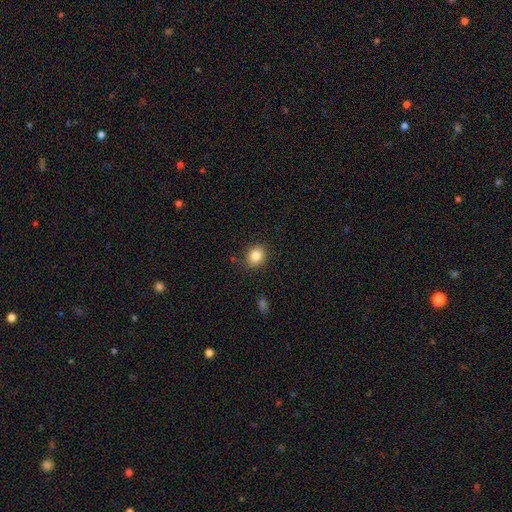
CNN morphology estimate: smooth-or-featured: smooth: 85% | star or artifact: 10% | featured or disk: 5%
  how-rounded: round: 65% | in between: 34% | cigar-shaped: 1%
  merging: none: 86% | minor disturbance: 10% | major disturbance: 3% | merger: 2%